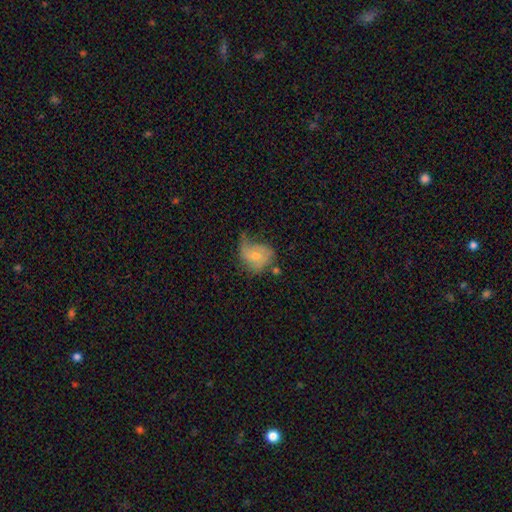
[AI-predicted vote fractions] Smooth or featured?
  - featured or disk: 52% *
  - smooth: 38%
  - star or artifact: 10%
Edge-on disk?
  - no: 97% *
  - yes: 3%
Bar?
  - no: 74% *
  - weak: 21%
  - strong: 4%
Spiral arms?
  - yes: 75% *
  - no: 25%
Bulge size?
  - small: 53% *
  - moderate: 42%
  - none: 2%
  - large: 2%
  - dominant: 1%
Merging?
  - none: 36% *
  - minor disturbance: 33%
  - major disturbance: 27%
  - merger: 4%